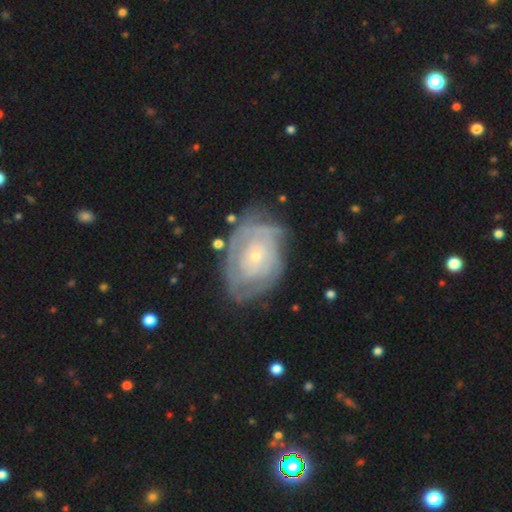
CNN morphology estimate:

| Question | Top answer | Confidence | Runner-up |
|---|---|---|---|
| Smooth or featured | featured or disk | 80% | smooth (15%) |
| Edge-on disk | no | 97% | yes (3%) |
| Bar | no | 82% | weak (15%) |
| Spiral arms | yes | 84% | no (16%) |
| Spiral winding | tight | 75% | medium (18%) |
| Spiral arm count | can't tell | 51% | 2 (16%) |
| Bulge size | small | 81% | moderate (15%) |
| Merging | none | 64% | minor disturbance (22%) |